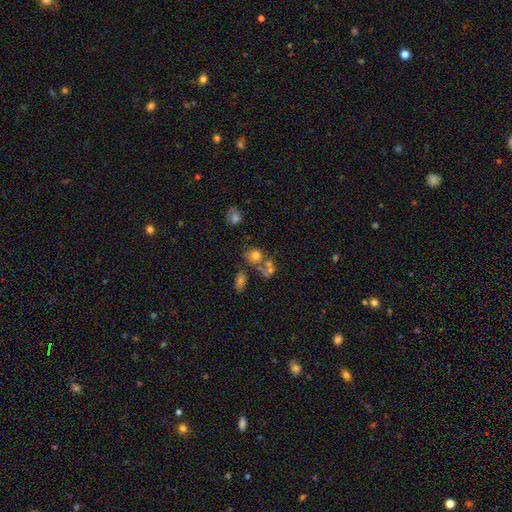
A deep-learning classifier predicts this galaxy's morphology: smooth 68%, featured or disk 18%, star or artifact 14%. Down the decision tree: how rounded — round (67%); merging — merger (39%).